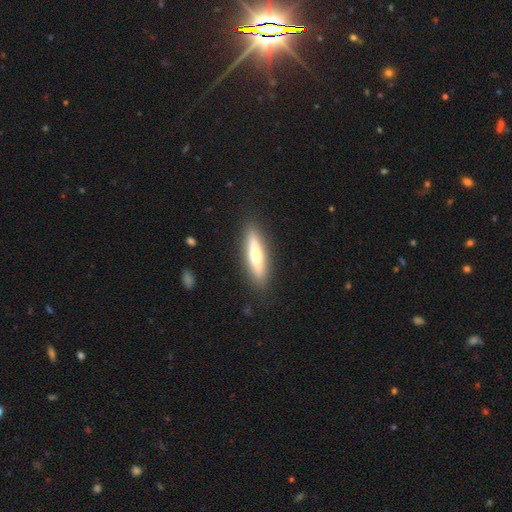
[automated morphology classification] A smooth galaxy with no disk features (50%). Merging: none (89%).